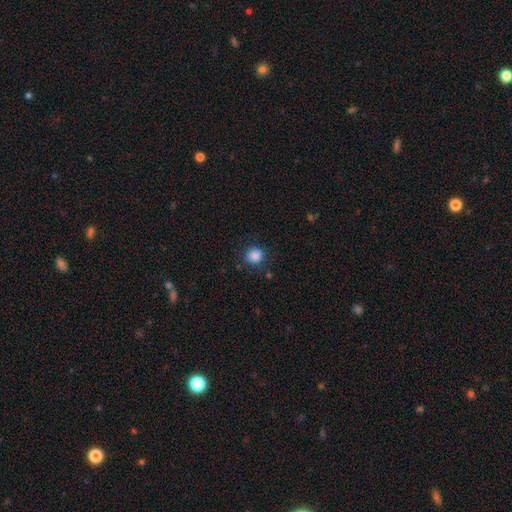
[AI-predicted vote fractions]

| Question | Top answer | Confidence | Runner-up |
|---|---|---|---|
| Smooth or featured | smooth | 86% | star or artifact (10%) |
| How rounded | round | 86% | in between (14%) |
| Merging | none | 84% | minor disturbance (11%) |